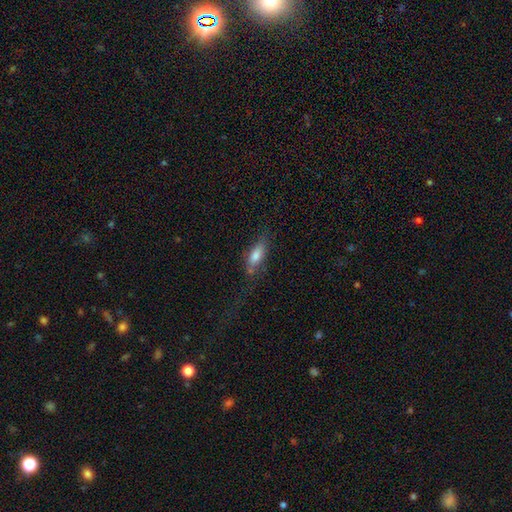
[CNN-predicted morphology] Smooth or featured: smooth — 72% (featured or disk — 20%)
How rounded: in between — 67% (cigar-shaped — 31%)
Merging: none — 52% (minor disturbance — 24%)